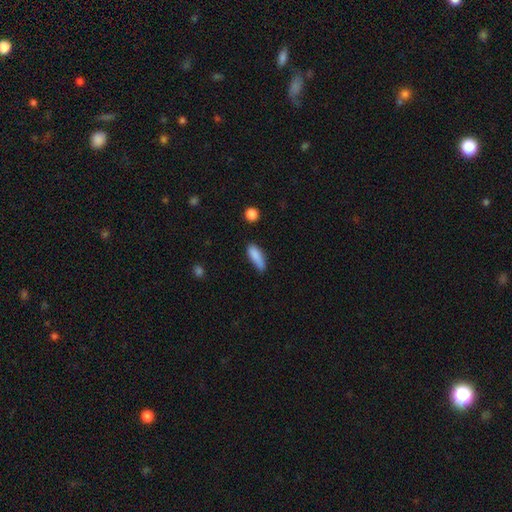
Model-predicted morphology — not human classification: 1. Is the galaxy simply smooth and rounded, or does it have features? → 85% smooth, 7% star or artifact, 7% featured or disk.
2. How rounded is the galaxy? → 56% in between, 42% cigar-shaped, 2% round.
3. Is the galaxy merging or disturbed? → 58% none, 31% minor disturbance, 6% major disturbance, 4% merger.